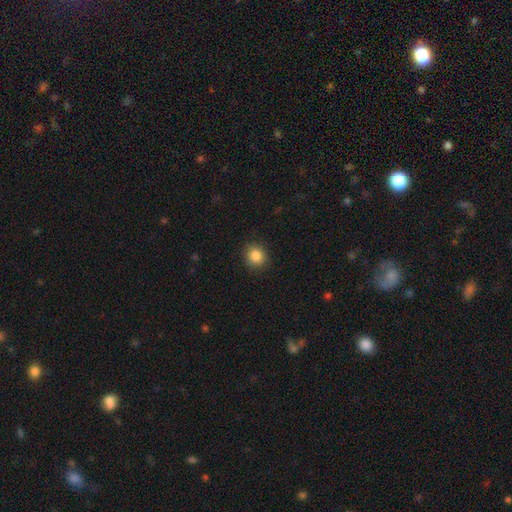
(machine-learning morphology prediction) This is clearly a smooth galaxy (85%). How rounded: clearly round (85%). Merging: clearly none (89%).